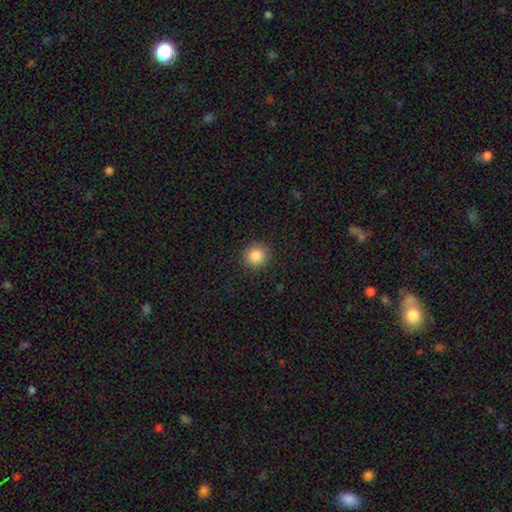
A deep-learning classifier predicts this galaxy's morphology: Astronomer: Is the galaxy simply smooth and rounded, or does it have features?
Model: smooth — 86%.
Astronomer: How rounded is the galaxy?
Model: round — 91%.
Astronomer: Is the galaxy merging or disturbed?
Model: none — 90%.